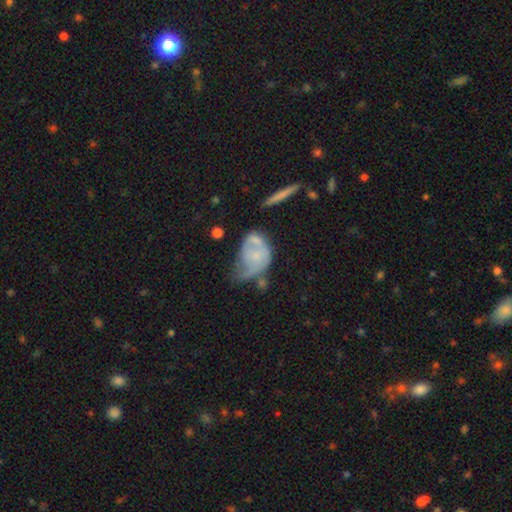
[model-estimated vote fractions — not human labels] Overall: featured or disk (50%; smooth 43%). Merging: major disturbance (36%; minor disturbance 28%).